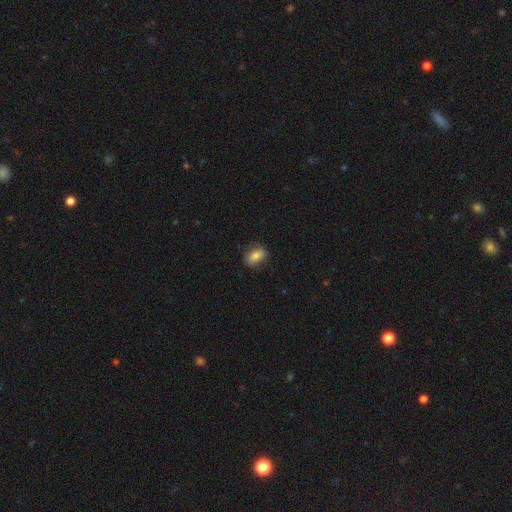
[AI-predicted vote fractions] smooth-or-featured: smooth: 81% | featured or disk: 11% | star or artifact: 9%
  how-rounded: in between: 84% | round: 14% | cigar-shaped: 2%
  merging: none: 81% | minor disturbance: 15% | major disturbance: 3% | merger: 1%